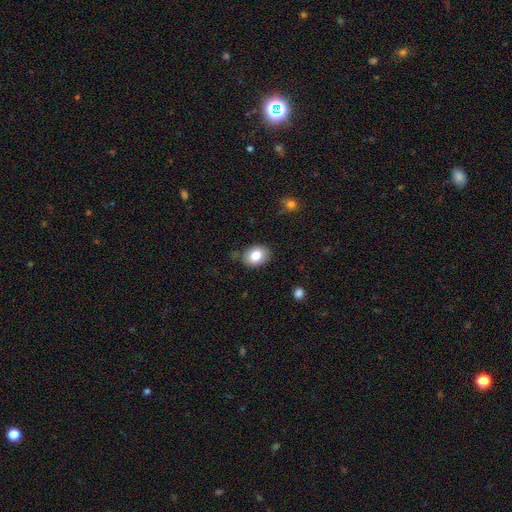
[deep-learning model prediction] A smooth galaxy with no disk features (80%) that is in between round and cigar-shaped (66%). Merging: none (81%).